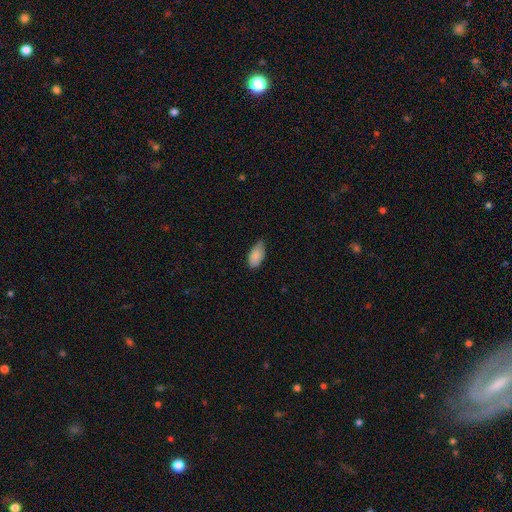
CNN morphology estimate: Q: Smooth or featured?
A: smooth (87%); runner-up: star or artifact (7%)
Q: How rounded?
A: in between (93%); runner-up: cigar-shaped (4%)
Q: Merging?
A: none (57%); runner-up: minor disturbance (36%)